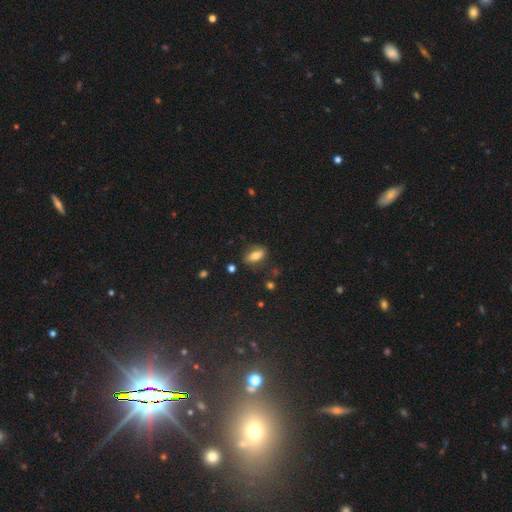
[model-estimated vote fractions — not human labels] Smooth or featured?
  - smooth: 69% *
  - featured or disk: 20%
  - star or artifact: 11%
How rounded?
  - in between: 79% *
  - cigar-shaped: 14%
  - round: 7%
Merging?
  - none: 78% *
  - minor disturbance: 15%
  - major disturbance: 4%
  - merger: 3%